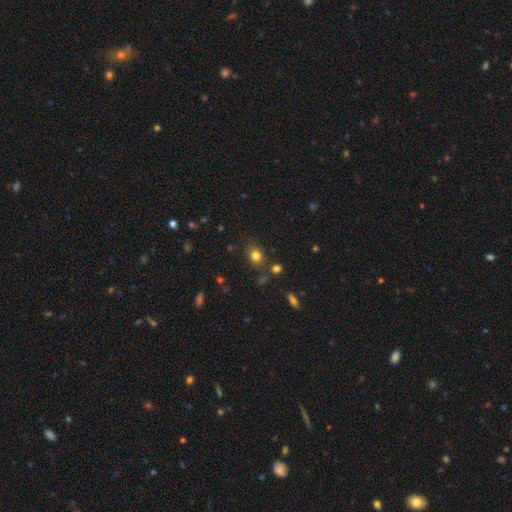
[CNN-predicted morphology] type=smooth (79%); roundness=round (64%); merging=none (80%).